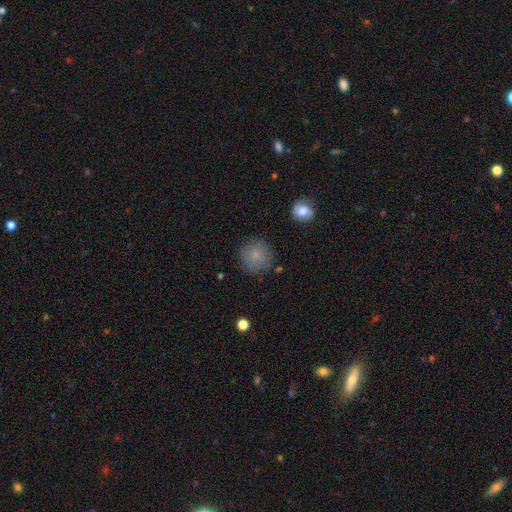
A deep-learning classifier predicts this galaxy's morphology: A smooth galaxy with no disk features (82%) that is round (93%).

Vote fractions:
- Smooth or featured? smooth: 82% / star or artifact: 10% / featured or disk: 8%
- How rounded? round: 93% / in between: 6% / cigar-shaped: 1%
- Merging? none: 83% / minor disturbance: 12% / major disturbance: 3% / merger: 2%